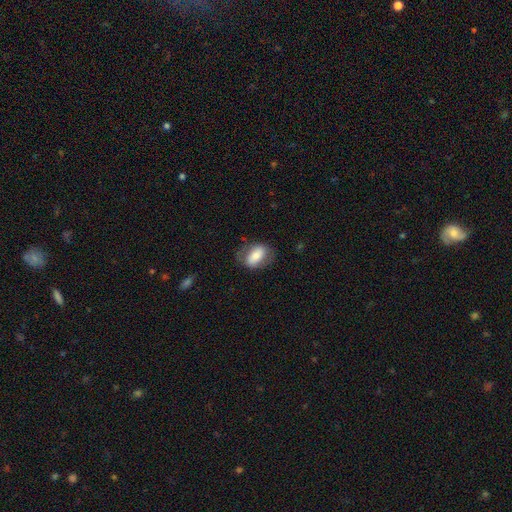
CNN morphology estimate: Smooth or featured? smooth (67%)
How rounded? in between (87%)
Merging? none (70%)